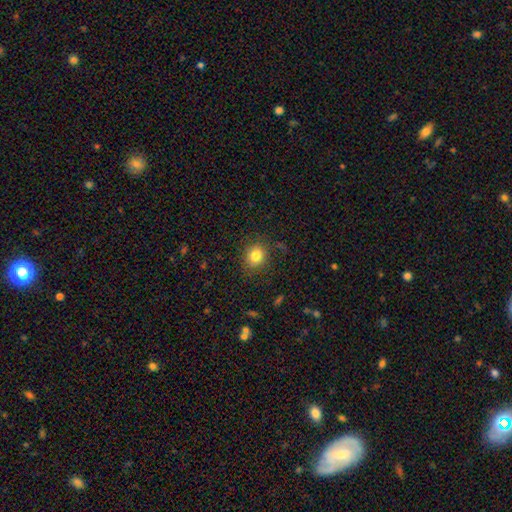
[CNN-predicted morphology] Smooth or featured: smooth — 81% (star or artifact — 11%)
How rounded: round — 73% (in between — 26%)
Merging: none — 83% (minor disturbance — 12%)